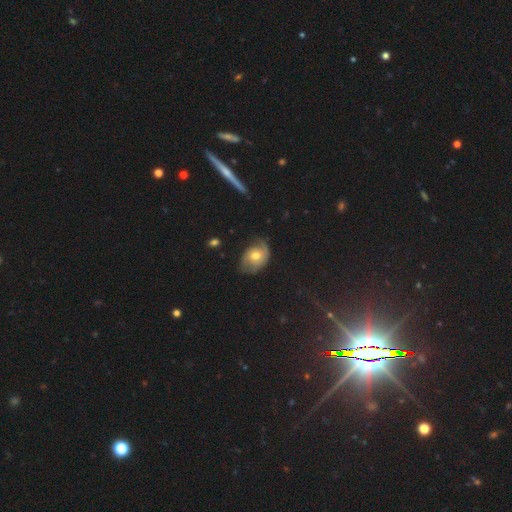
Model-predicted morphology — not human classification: This is possibly a featured or disk galaxy (59%). It is clearly not viewed edge-on (96%). Bar: likely no (73%). Spiral arm pattern: clearly yes (84%). Central bulge: likely moderate (67%). Merging: possibly none (58%).